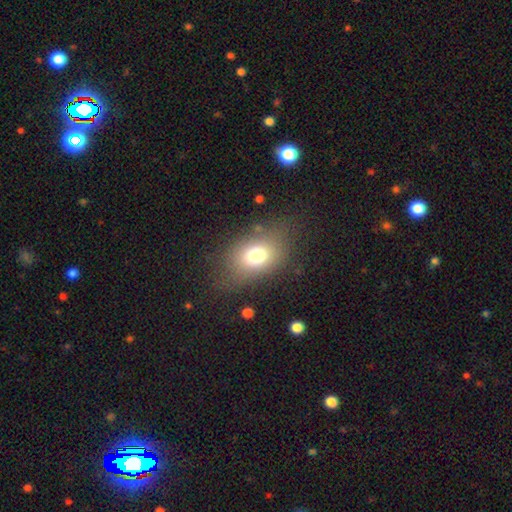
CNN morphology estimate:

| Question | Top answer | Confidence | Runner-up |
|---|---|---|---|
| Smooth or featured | smooth | 72% | featured or disk (15%) |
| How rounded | in between | 70% | round (29%) |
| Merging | none | 72% | minor disturbance (16%) |